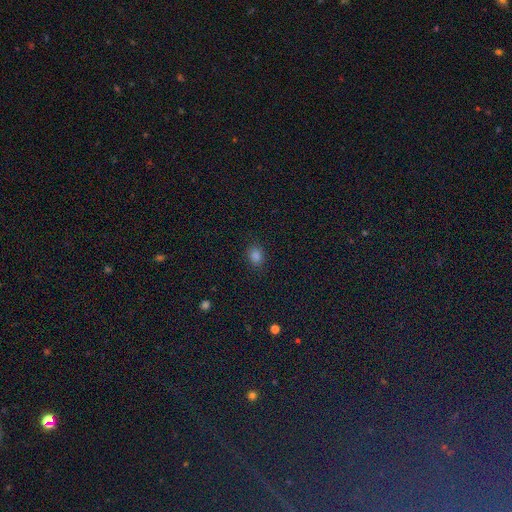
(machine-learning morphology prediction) The model was most divided on "how rounded": in between: 55%, round: 44%, cigar-shaped: 1%. More confident: merging — none (86%); smooth or featured — smooth (80%).